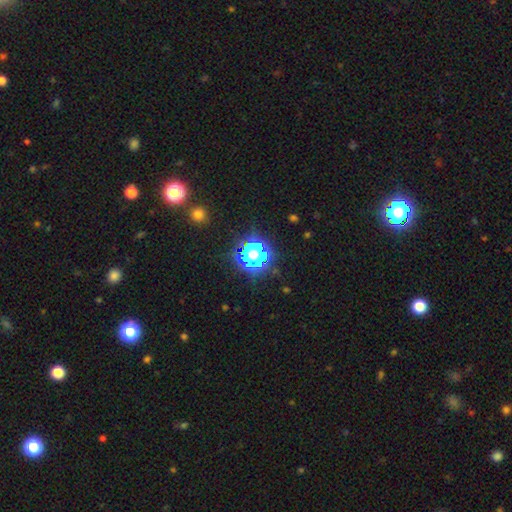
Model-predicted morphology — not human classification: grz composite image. It shows a star or artifact, not a galaxy (48%).